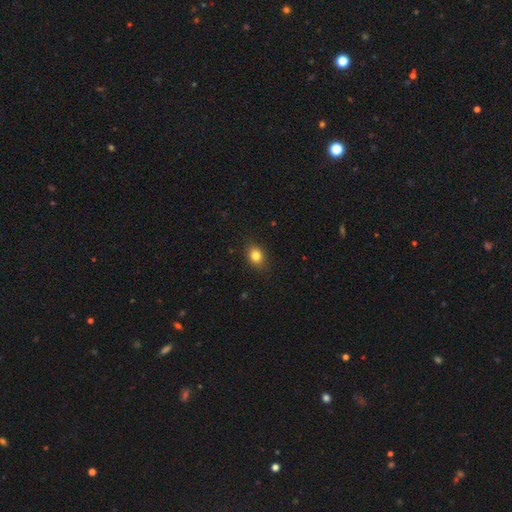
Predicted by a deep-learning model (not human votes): Morphology: type=smooth (82%); roundness=in between (57%); merging=none (86%).